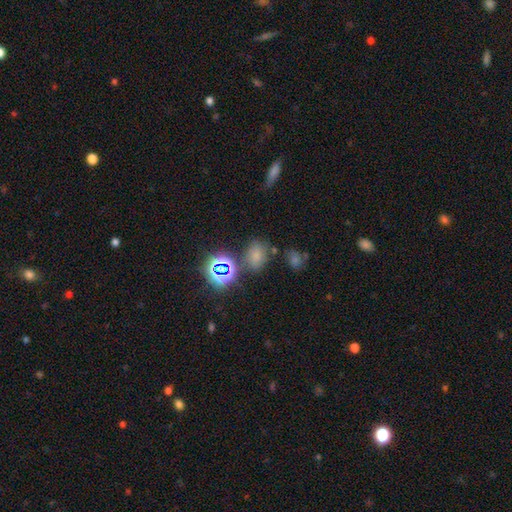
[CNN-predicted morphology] Q: Smooth or featured?
A: smooth (63%); runner-up: star or artifact (29%)
Q: How rounded?
A: in between (73%); runner-up: round (26%)
Q: Merging?
A: none (65%); runner-up: minor disturbance (17%)